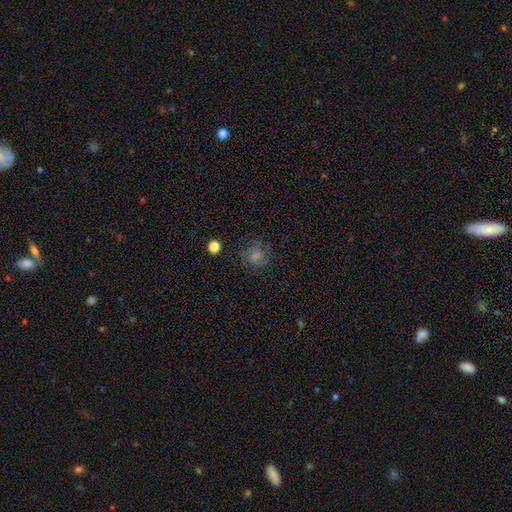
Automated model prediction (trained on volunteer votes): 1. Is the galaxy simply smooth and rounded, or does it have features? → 45% smooth, 29% featured or disk, 26% star or artifact.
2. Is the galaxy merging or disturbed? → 72% none, 16% minor disturbance, 9% major disturbance, 2% merger.